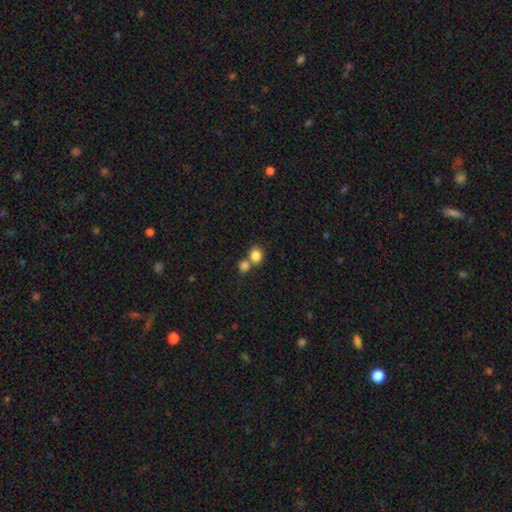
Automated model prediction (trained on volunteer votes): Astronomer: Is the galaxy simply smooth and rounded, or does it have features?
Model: smooth — 84%.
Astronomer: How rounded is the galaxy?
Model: round — 67%.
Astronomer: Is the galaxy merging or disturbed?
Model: none — 48% (runner-up: merger, 41%).